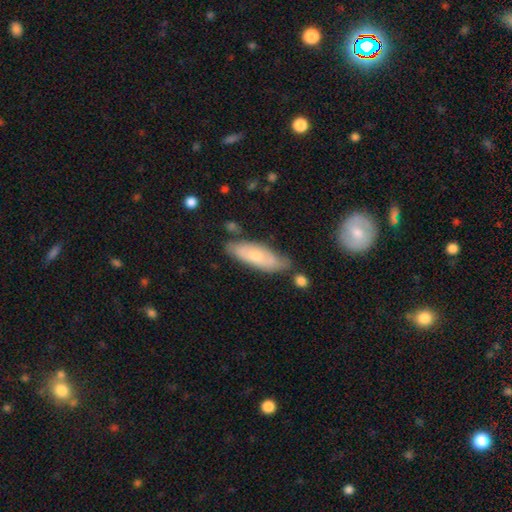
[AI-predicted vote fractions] smooth_or_featured: smooth (p=0.51) [alt: featured or disk p=0.43]
how_rounded: in between (p=0.62) [alt: cigar-shaped p=0.36]
merging: none (p=0.62) [alt: minor disturbance p=0.27]